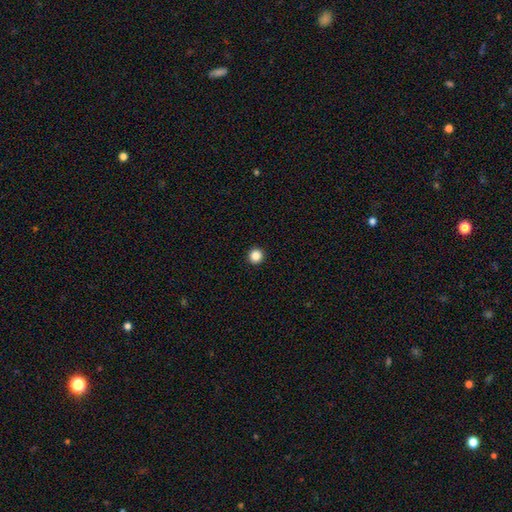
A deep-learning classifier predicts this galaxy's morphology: smooth_or_featured: smooth (p=0.86) [alt: star or artifact p=0.11]
how_rounded: round (p=0.96) [alt: in between p=0.03]
merging: none (p=0.94) [alt: minor disturbance p=0.03]